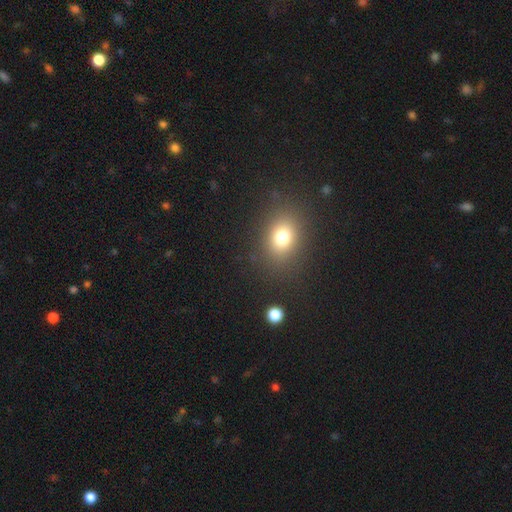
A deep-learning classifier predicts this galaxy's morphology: Smooth or featured? smooth (67%)
How rounded? in between (58%)
Merging? none (89%)